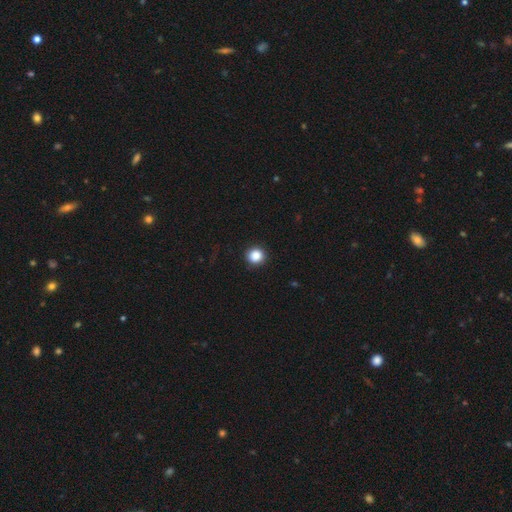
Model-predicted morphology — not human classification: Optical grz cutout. It shows a smooth galaxy with no disk features (87%) that is round (93%). Merging: none (91%).